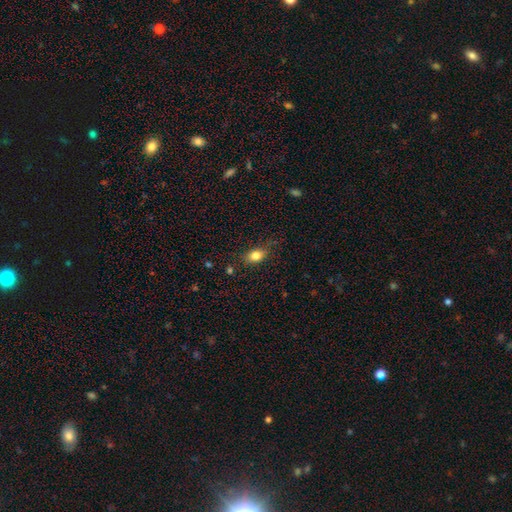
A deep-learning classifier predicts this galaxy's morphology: Smooth or featured? smooth (81%)
How rounded? in between (74%)
Merging? none (75%)